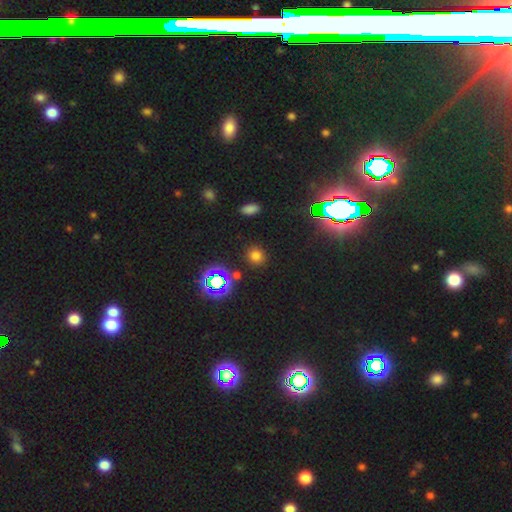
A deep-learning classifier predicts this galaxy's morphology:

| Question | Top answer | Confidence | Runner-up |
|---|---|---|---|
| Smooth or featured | smooth | 65% | star or artifact (29%) |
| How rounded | round | 88% | in between (11%) |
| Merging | none | 88% | minor disturbance (7%) |